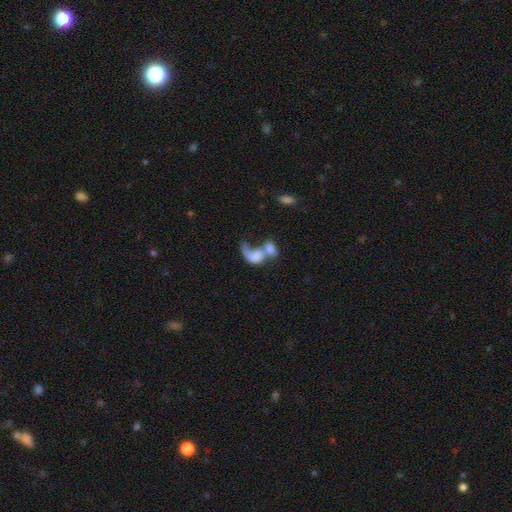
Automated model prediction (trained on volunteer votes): Smooth or featured?
  - smooth: 54% *
  - featured or disk: 36%
  - star or artifact: 10%
How rounded?
  - in between: 75% *
  - round: 21%
  - cigar-shaped: 4%
Merging?
  - merger: 65% *
  - major disturbance: 18%
  - none: 11%
  - minor disturbance: 6%